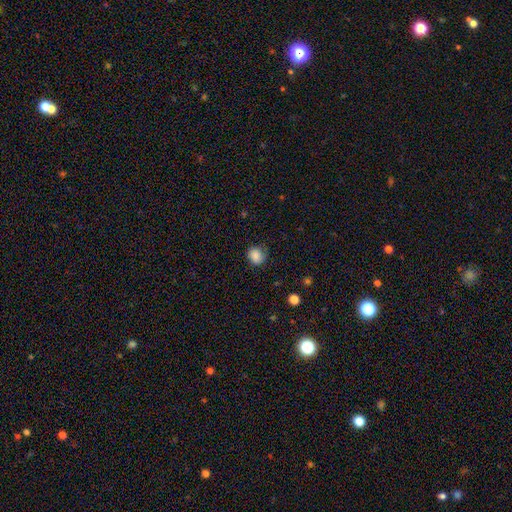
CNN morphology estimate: Smooth or featured: smooth — 84% (star or artifact — 9%)
How rounded: round — 78% (in between — 21%)
Merging: none — 68% (minor disturbance — 23%)